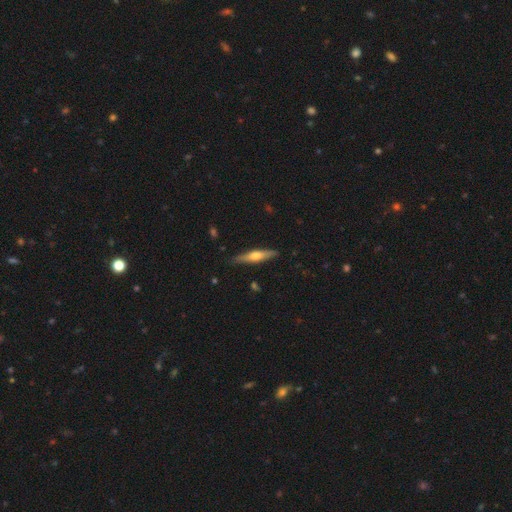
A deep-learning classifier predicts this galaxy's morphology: This is possibly a featured or disk galaxy (56%). It is clearly viewed edge-on (95%). Edge-on bulge: clearly rounded (88%). Merging: clearly none (87%).